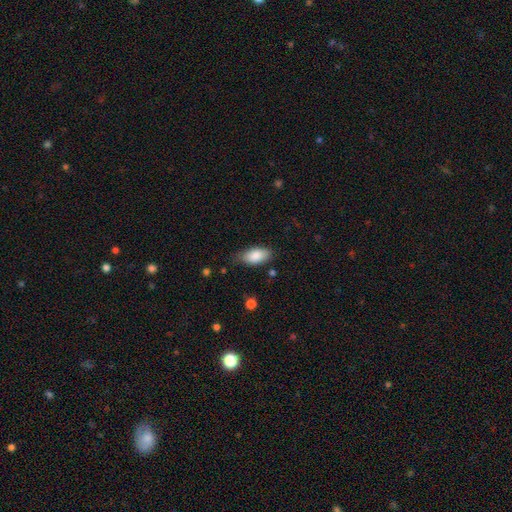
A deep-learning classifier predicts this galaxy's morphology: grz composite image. It shows a smooth galaxy with no disk features (86%) that is in between round and cigar-shaped (92%). Merging: none (72%).